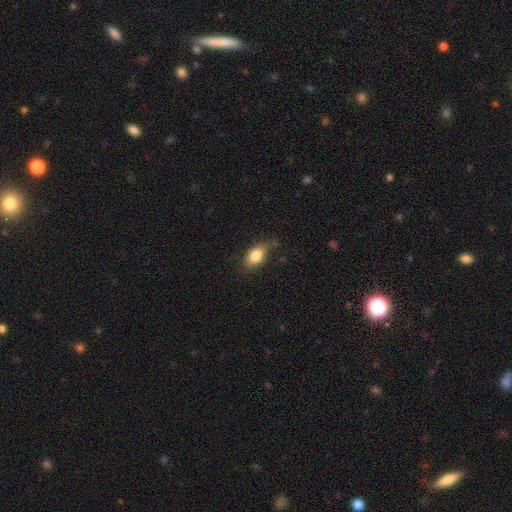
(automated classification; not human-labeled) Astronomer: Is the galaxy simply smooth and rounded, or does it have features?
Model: smooth — 82%.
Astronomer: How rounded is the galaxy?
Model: in between — 87%.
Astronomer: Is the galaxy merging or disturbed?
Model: none — 75%.